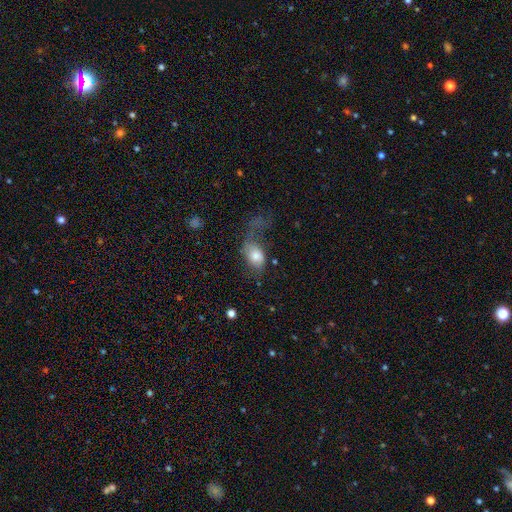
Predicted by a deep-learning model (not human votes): The model was most divided on "merging": major disturbance: 51%, none: 23%, minor disturbance: 20%, merger: 6%. More confident: how rounded — in between (79%); smooth or featured — smooth (65%).